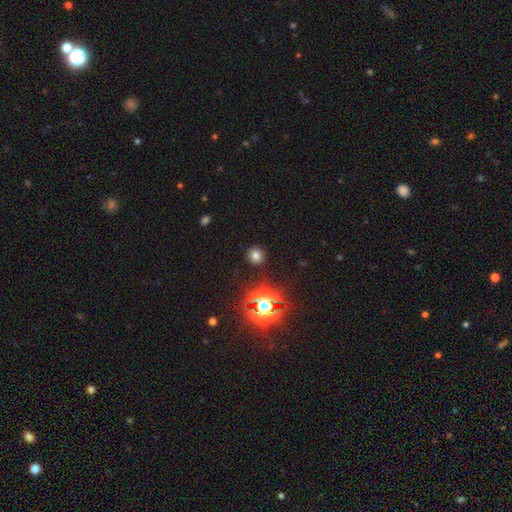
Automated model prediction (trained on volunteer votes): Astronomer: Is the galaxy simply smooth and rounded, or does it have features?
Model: smooth — 71%.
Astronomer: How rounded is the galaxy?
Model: round — 85%.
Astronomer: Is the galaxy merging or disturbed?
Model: none — 89%.